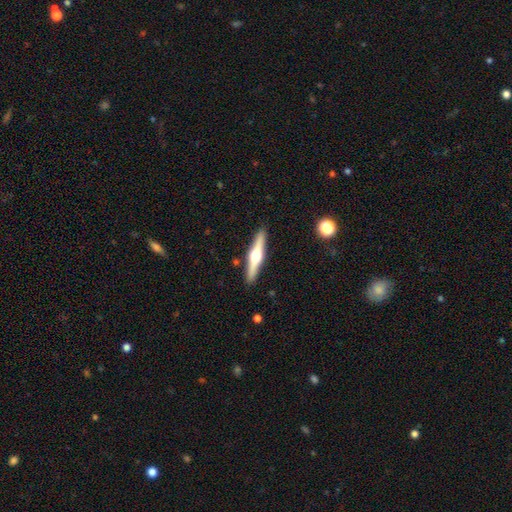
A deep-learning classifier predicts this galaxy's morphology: A featured or disk galaxy (68%) viewed edge-on (97%) with a rounded central bulge (95%). Merging: none (90%).